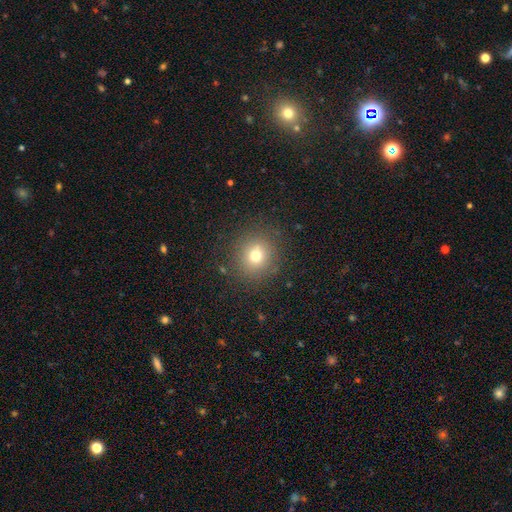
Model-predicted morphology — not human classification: Smooth or featured? smooth (72%)
How rounded? round (89%)
Merging? none (86%)